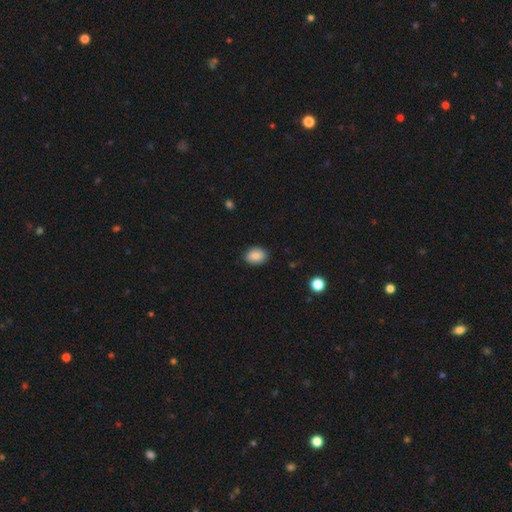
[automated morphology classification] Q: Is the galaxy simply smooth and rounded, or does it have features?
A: smooth — 86%.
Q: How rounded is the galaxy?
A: in between — 68%.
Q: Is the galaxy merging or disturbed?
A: none — 87%.